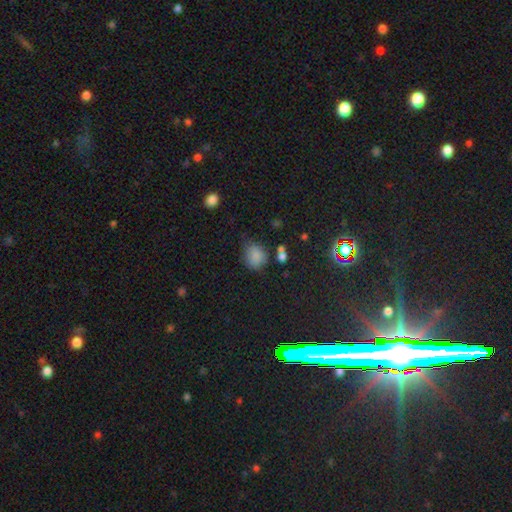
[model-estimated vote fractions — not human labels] Morphology: type=smooth (82%); roundness=round (63%); merging=none (62%).